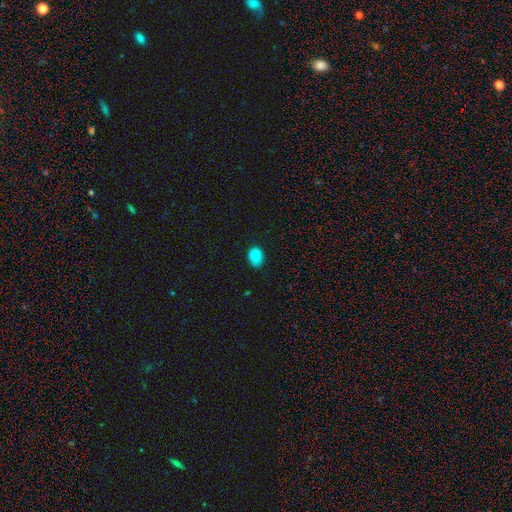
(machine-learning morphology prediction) smooth-or-featured: smooth: 86% | star or artifact: 9% | featured or disk: 5%
  how-rounded: in between: 73% | round: 26% | cigar-shaped: 1%
  merging: none: 82% | minor disturbance: 15% | major disturbance: 2% | merger: 1%